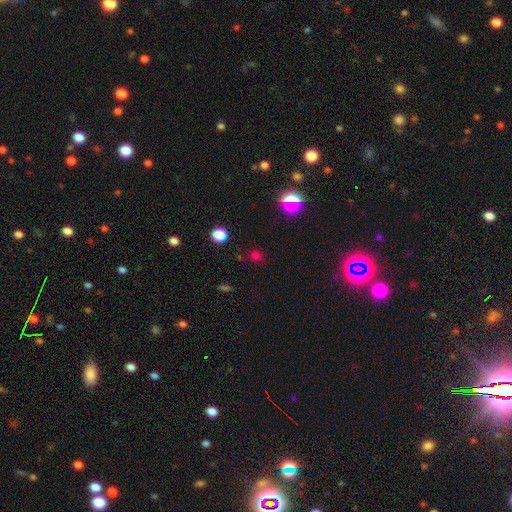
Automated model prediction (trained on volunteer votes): Q: Smooth or featured?
A: smooth (53%); runner-up: star or artifact (40%)
Q: How rounded?
A: round (78%); runner-up: in between (20%)
Q: Merging?
A: none (80%); runner-up: minor disturbance (11%)